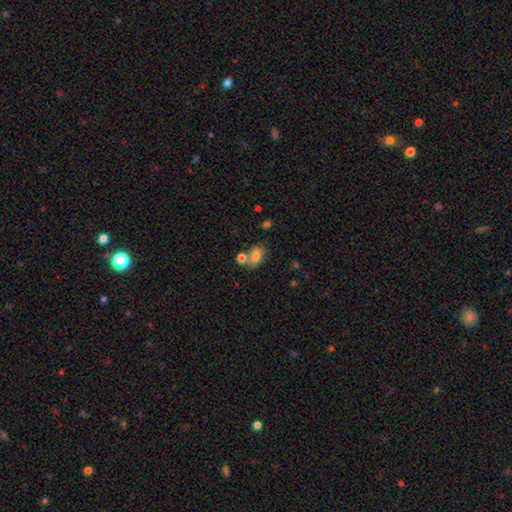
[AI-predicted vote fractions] smooth 77%, featured or disk 13%, star or artifact 10%. Down the decision tree: how rounded — in between (79%); merging — none (54%).